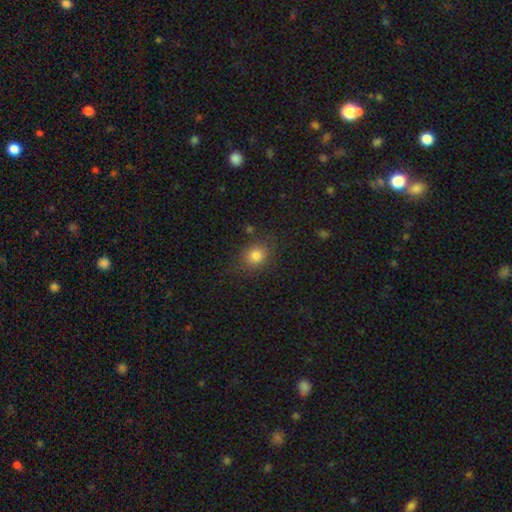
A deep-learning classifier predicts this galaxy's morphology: A smooth galaxy with no disk features (80%) that is round (70%). Merging: none (81%).